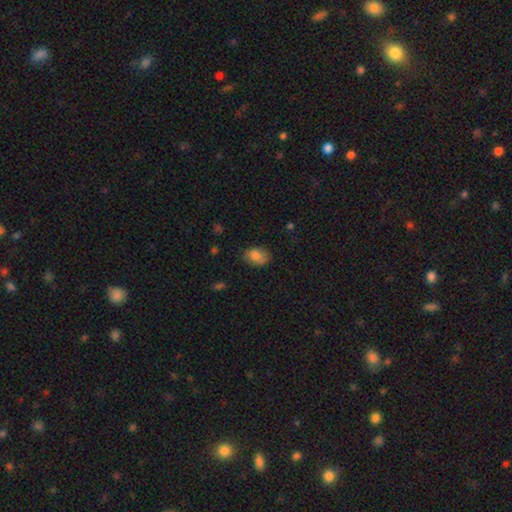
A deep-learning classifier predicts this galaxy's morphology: smooth-or-featured: smooth: 82% | featured or disk: 10% | star or artifact: 8%
  how-rounded: in between: 81% | round: 18% | cigar-shaped: 1%
  merging: none: 75% | minor disturbance: 19% | major disturbance: 4% | merger: 1%